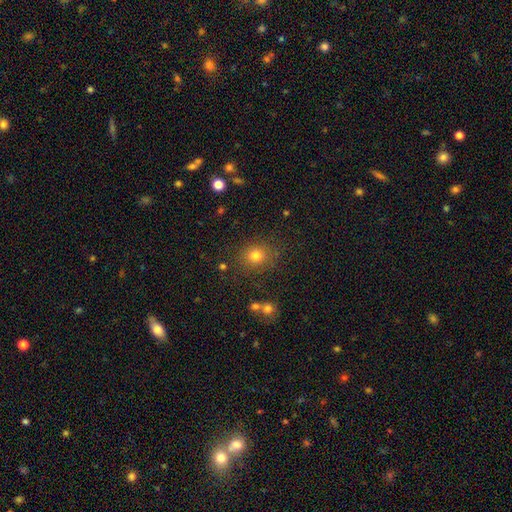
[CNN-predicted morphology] Overall: smooth (78%). How rounded: round (78%). Merging: none (83%).